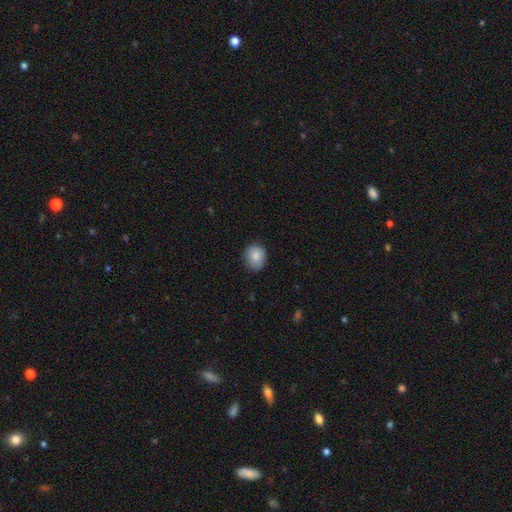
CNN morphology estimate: This appears to be a smooth galaxy with no disk features (85%) that is round (71%). Merging: none (77%).